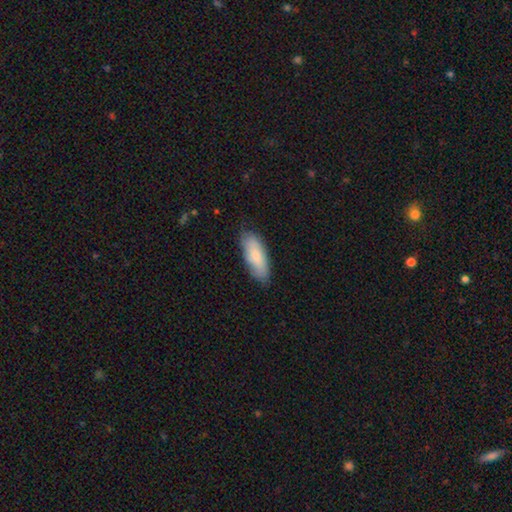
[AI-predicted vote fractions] Smooth or featured? Predicted: smooth (p=0.77). How rounded? Predicted: in between (p=0.73). Merging? Predicted: none (p=0.79).